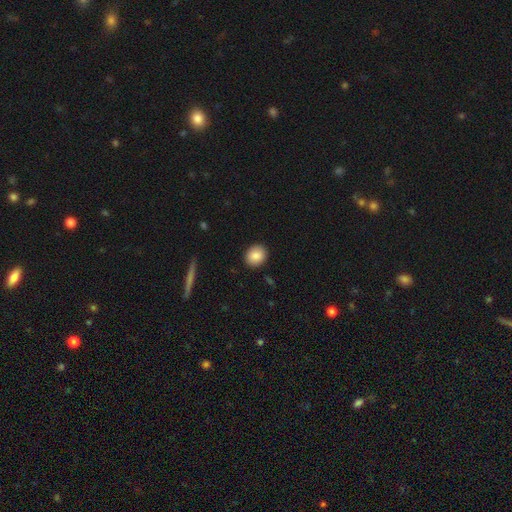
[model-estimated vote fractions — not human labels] A smooth galaxy with no disk features (87%) that is round (73%).

Vote fractions:
- Smooth or featured? smooth: 87% / star or artifact: 8% / featured or disk: 6%
- How rounded? round: 73% / in between: 25% / cigar-shaped: 1%
- Merging? none: 91% / minor disturbance: 6% / major disturbance: 2% / merger: 1%